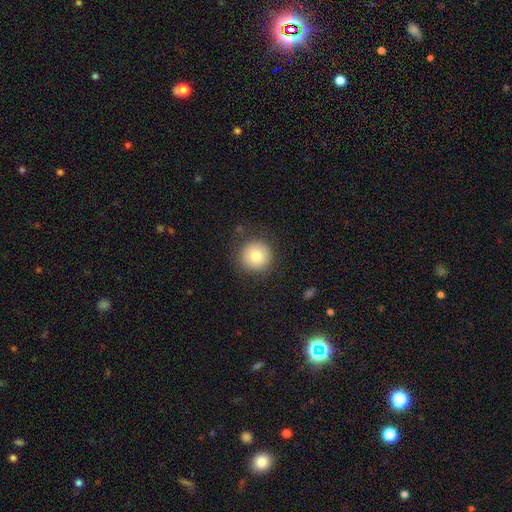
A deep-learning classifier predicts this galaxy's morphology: smooth_or_featured: smooth (p=0.82) [alt: featured or disk p=0.09]
how_rounded: round (p=0.95) [alt: in between p=0.04]
merging: none (p=0.87) [alt: minor disturbance p=0.08]